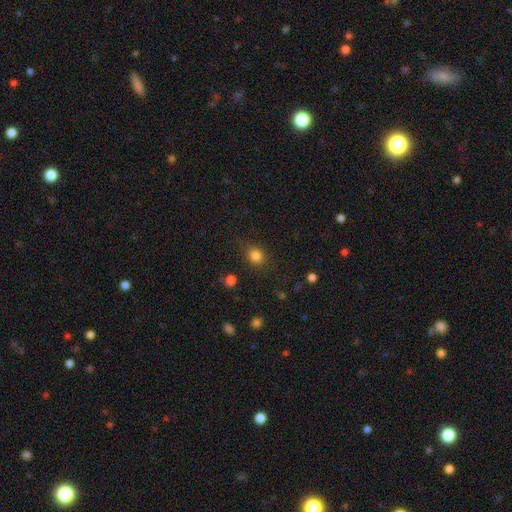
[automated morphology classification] A smooth galaxy with no disk features (82%) that is round (75%). Merging: none (84%).